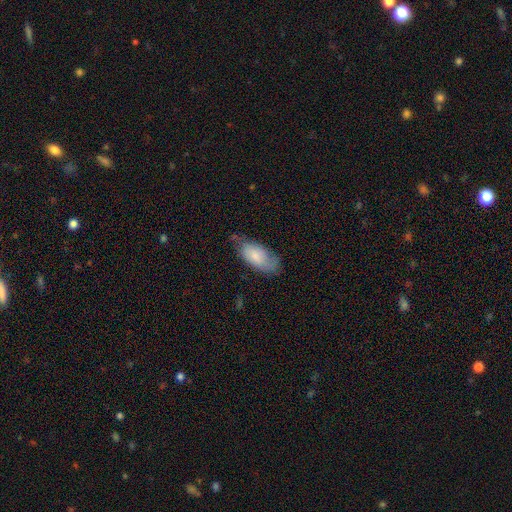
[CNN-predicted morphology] Overall: smooth (74%). How rounded: in between (90%). Merging: none (58%; minor disturbance 32%).